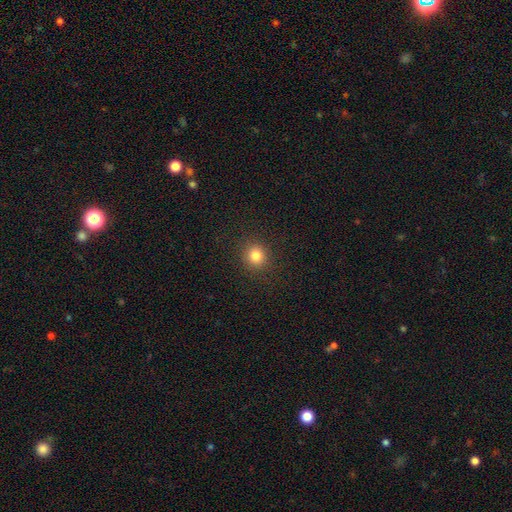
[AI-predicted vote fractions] The model was most divided on "smooth or featured": smooth: 82%, star or artifact: 13%, featured or disk: 5%. More confident: merging — none (91%); how rounded — round (91%).